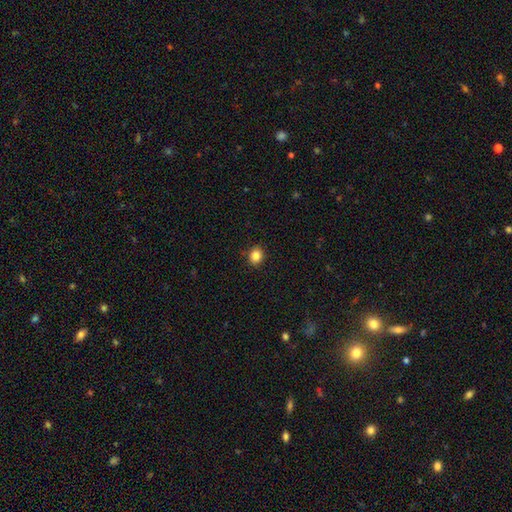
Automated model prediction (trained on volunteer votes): Smooth or featured?
  - smooth: 85% *
  - star or artifact: 11%
  - featured or disk: 4%
How rounded?
  - round: 64% *
  - in between: 35%
  - cigar-shaped: 1%
Merging?
  - none: 90% *
  - minor disturbance: 7%
  - major disturbance: 2%
  - merger: 1%